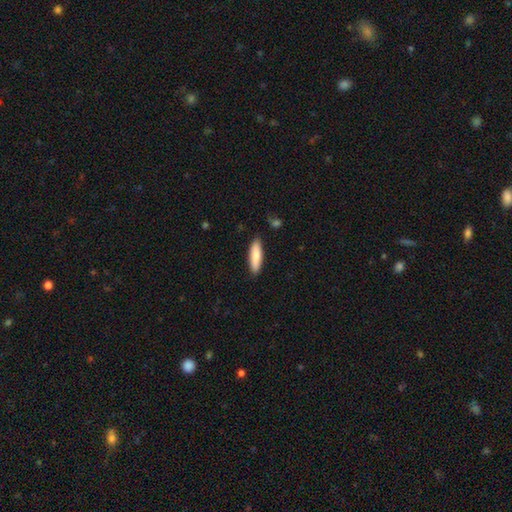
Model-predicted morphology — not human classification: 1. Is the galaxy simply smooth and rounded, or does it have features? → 84% smooth, 11% featured or disk, 6% star or artifact.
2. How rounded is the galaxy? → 61% cigar-shaped, 38% in between, 1% round.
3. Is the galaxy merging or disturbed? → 87% none, 10% minor disturbance, 2% major disturbance, 1% merger.